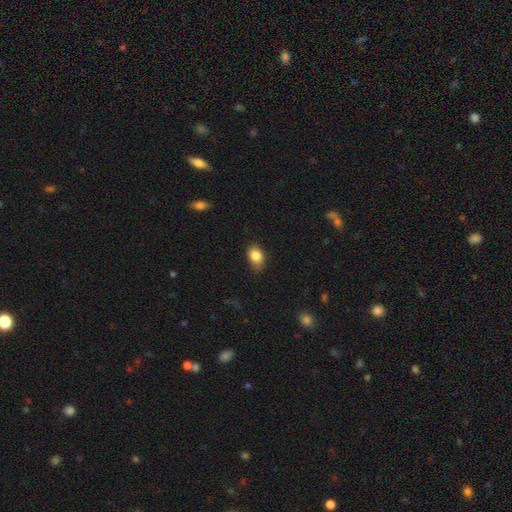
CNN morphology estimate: Smooth or featured?
  - smooth: 84% *
  - star or artifact: 9%
  - featured or disk: 7%
How rounded?
  - in between: 78% *
  - round: 20%
  - cigar-shaped: 1%
Merging?
  - none: 77% *
  - minor disturbance: 19%
  - major disturbance: 3%
  - merger: 1%